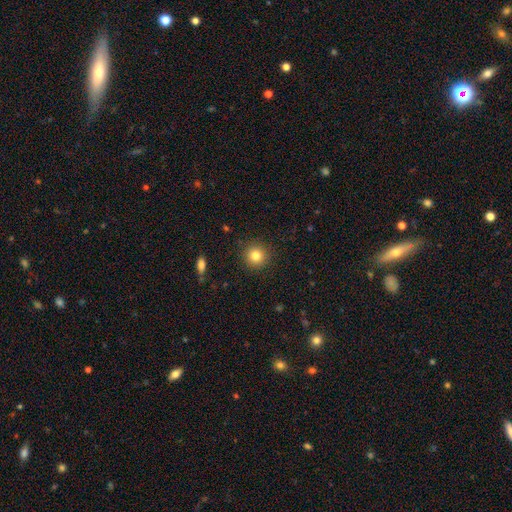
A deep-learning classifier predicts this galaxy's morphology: Smooth or featured: smooth — 82% (star or artifact — 11%)
How rounded: round — 94% (in between — 5%)
Merging: none — 91% (minor disturbance — 6%)